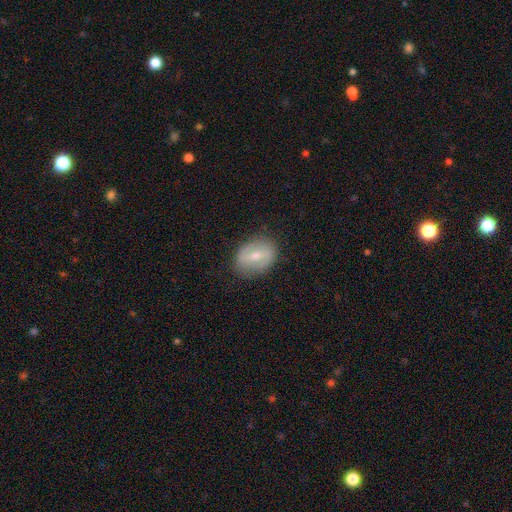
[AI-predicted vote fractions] Smooth or featured? featured or disk (51%)
Edge-on disk? no (94%)
Merging? none (82%)